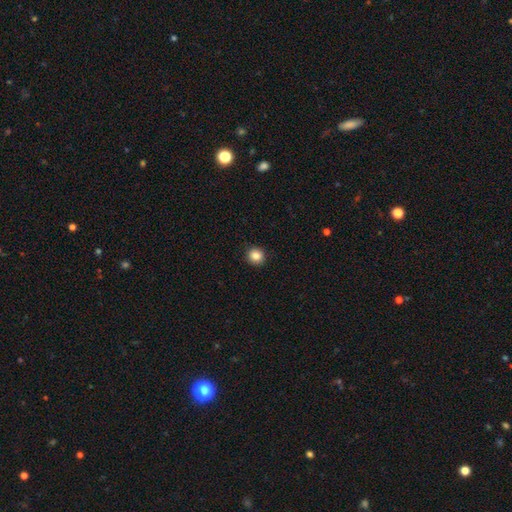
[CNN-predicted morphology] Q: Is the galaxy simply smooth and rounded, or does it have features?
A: smooth — 86%.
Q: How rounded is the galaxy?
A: round — 92%.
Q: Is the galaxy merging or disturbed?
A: none — 92%.